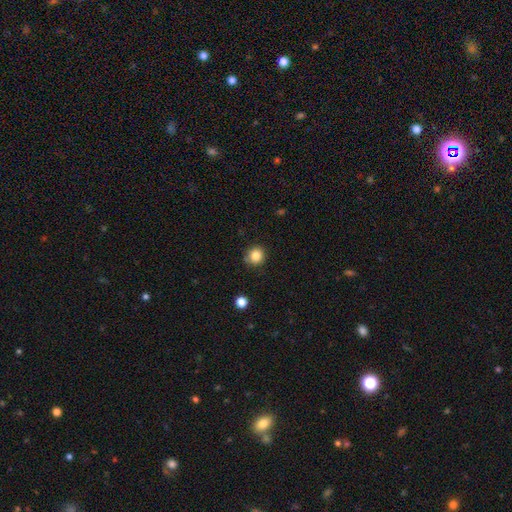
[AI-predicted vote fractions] This appears to be a smooth galaxy with no disk features (84%) that is round (92%). Merging: none (84%).